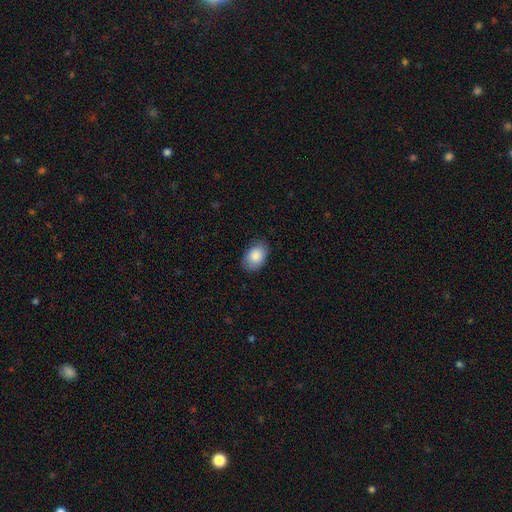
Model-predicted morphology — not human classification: Smooth or featured? Predicted: smooth (p=0.86). How rounded? Predicted: in between (p=0.83). Merging? Predicted: none (p=0.82).